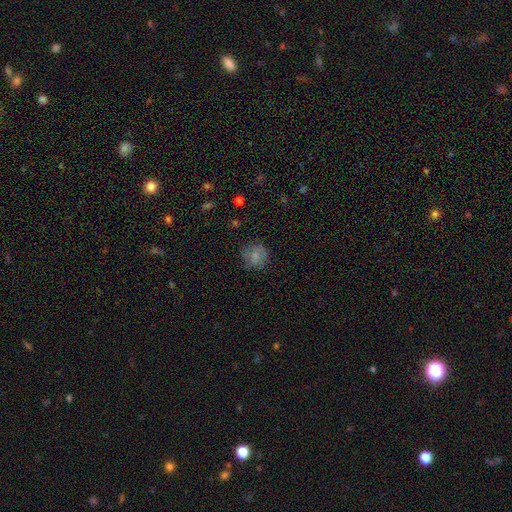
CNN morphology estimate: Smooth or featured? Predicted: smooth (p=0.70). How rounded? Predicted: round (p=0.84). Merging? Predicted: none (p=0.69).